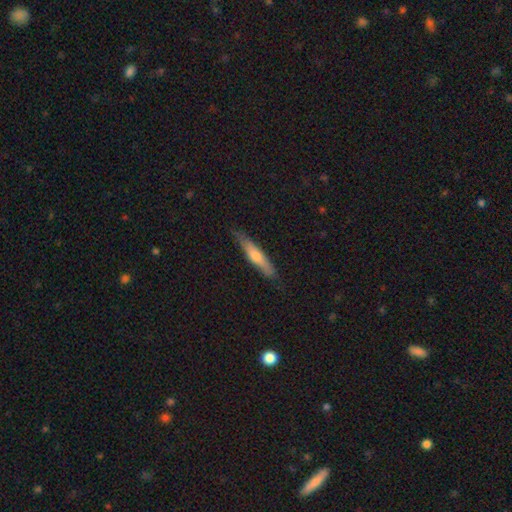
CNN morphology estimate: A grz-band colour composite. It shows a smooth galaxy with no disk features (56%) that is cigar-shaped (87%). Merging: none (80%).